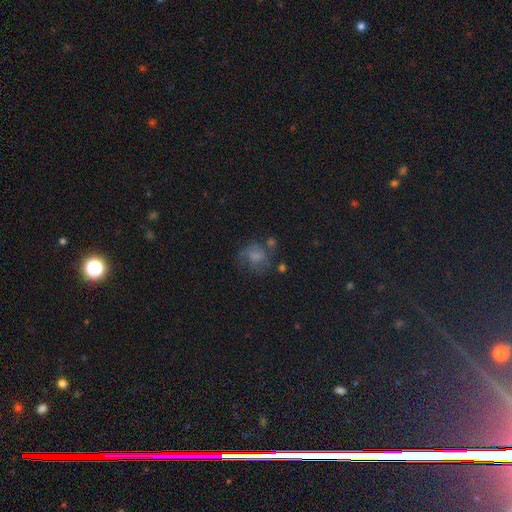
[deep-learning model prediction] smooth 48%, featured or disk 38%, star or artifact 14%. Down the decision tree: merging — none (42%).